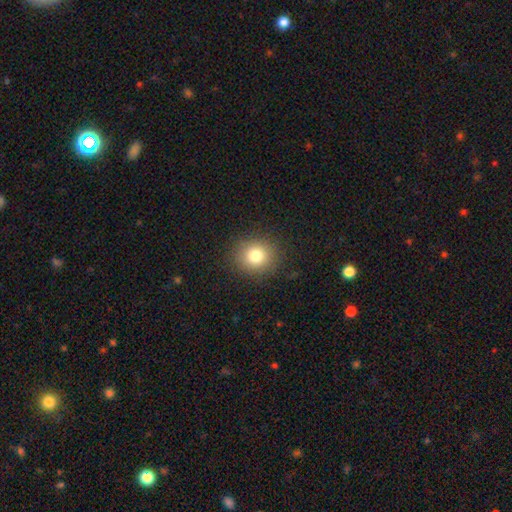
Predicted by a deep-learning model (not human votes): A smooth galaxy with no disk features (80%) that is round (83%).

Vote fractions:
- Smooth or featured? smooth: 80% / star or artifact: 12% / featured or disk: 8%
- How rounded? round: 83% / in between: 16% / cigar-shaped: 1%
- Merging? none: 89% / minor disturbance: 7% / major disturbance: 3% / merger: 1%